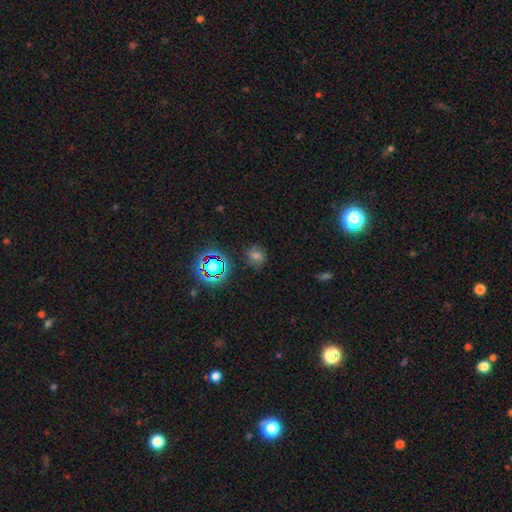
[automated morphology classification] smooth_or_featured: smooth (p=0.52) [alt: star or artifact p=0.36]
how_rounded: round (p=0.76) [alt: in between p=0.23]
merging: none (p=0.80) [alt: minor disturbance p=0.13]